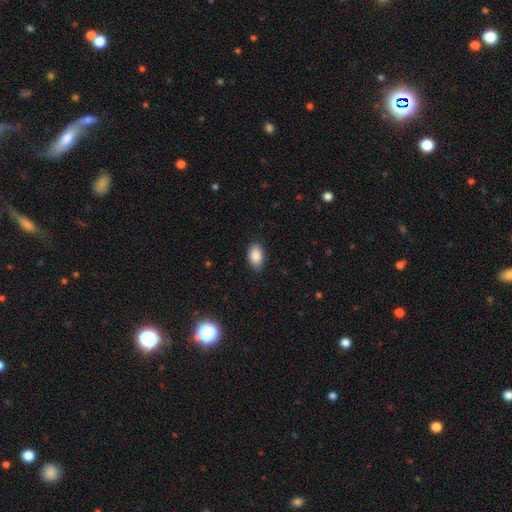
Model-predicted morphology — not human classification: Overall: smooth (88%). How rounded: in between (93%). Merging: none (86%).